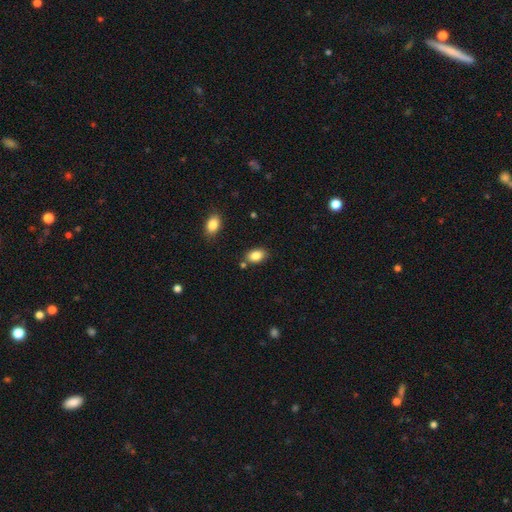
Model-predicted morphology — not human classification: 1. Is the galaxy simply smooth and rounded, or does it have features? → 85% smooth, 8% star or artifact, 6% featured or disk.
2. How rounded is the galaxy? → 86% in between, 13% round, 1% cigar-shaped.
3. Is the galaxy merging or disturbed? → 77% none, 13% minor disturbance, 7% merger, 3% major disturbance.